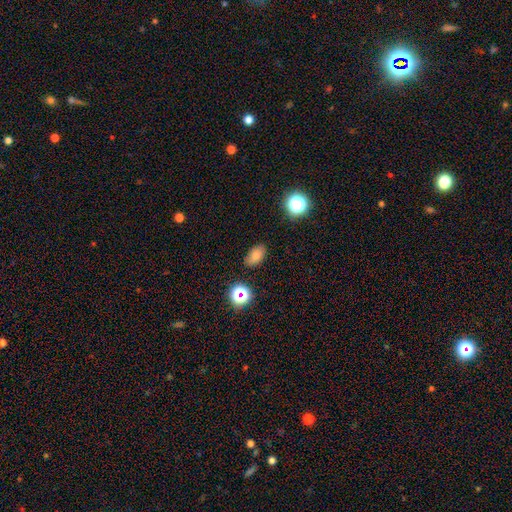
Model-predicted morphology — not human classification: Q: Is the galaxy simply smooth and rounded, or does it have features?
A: smooth — 78%.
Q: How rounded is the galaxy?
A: in between — 88%.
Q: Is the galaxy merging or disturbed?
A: none — 81%.